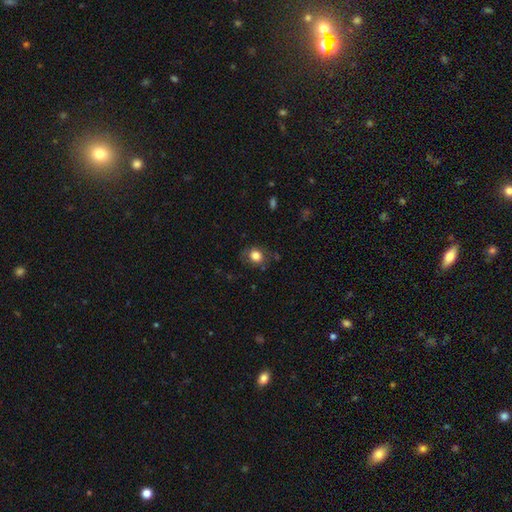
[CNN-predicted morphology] A smooth galaxy with no disk features (81%) that is round (64%).

Vote fractions:
- Smooth or featured? smooth: 81% / star or artifact: 10% / featured or disk: 9%
- How rounded? round: 64% / in between: 35% / cigar-shaped: 1%
- Merging? none: 76% / minor disturbance: 17% / major disturbance: 5% / merger: 2%